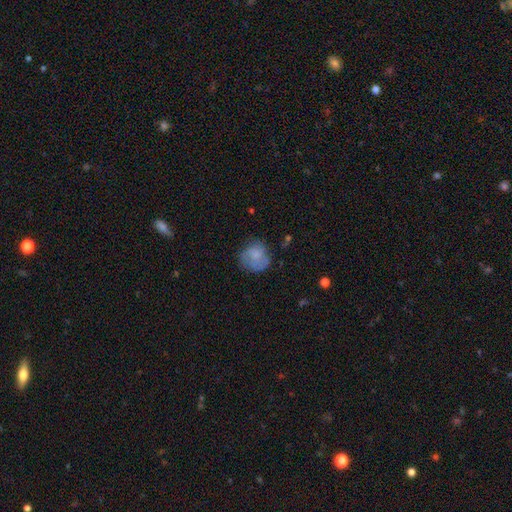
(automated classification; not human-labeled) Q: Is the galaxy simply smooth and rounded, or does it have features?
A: smooth — 69%.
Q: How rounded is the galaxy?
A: round — 80%.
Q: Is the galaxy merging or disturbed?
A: none — 58%.